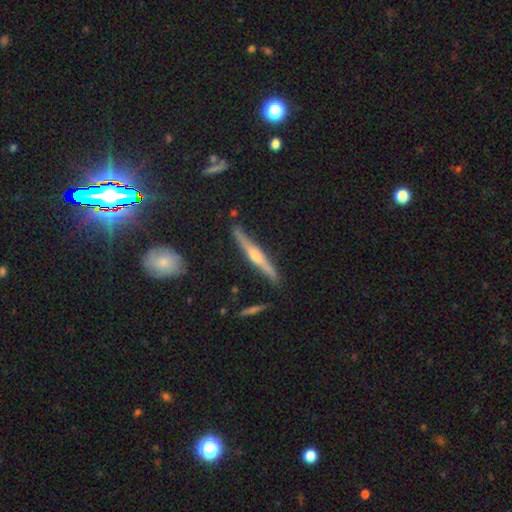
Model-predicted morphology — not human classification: The model was most divided on "smooth or featured": featured or disk: 76%, smooth: 18%, star or artifact: 6%. More confident: edge-on disk — yes (98%); edge-on bulge — rounded (87%); merging — none (87%).